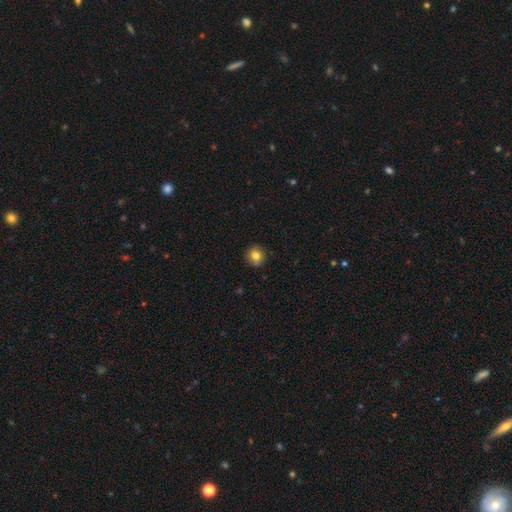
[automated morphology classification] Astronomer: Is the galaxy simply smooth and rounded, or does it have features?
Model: smooth — 81%.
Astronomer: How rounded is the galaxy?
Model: round — 91%.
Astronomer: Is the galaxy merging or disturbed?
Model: none — 87%.